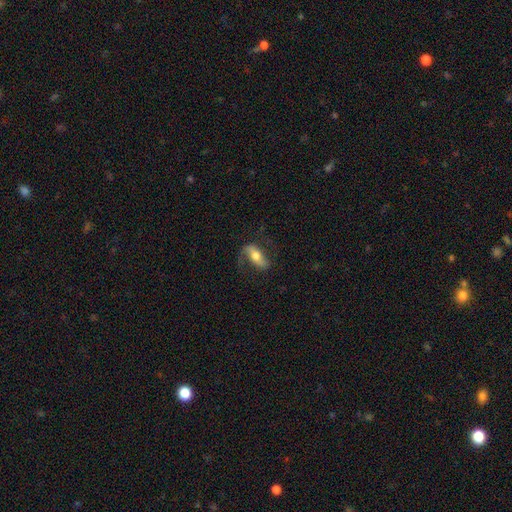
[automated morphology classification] featured or disk 55%, smooth 38%, star or artifact 7%. Down the decision tree: edge-on disk — no (81%); merging — none (68%).